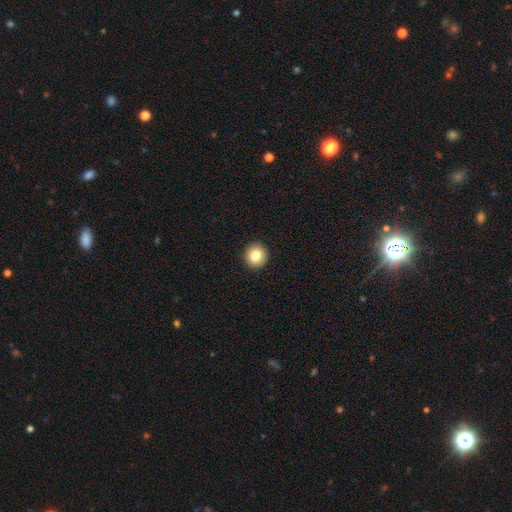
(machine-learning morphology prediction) Overall: smooth (83%). How rounded: round (94%). Merging: none (93%).